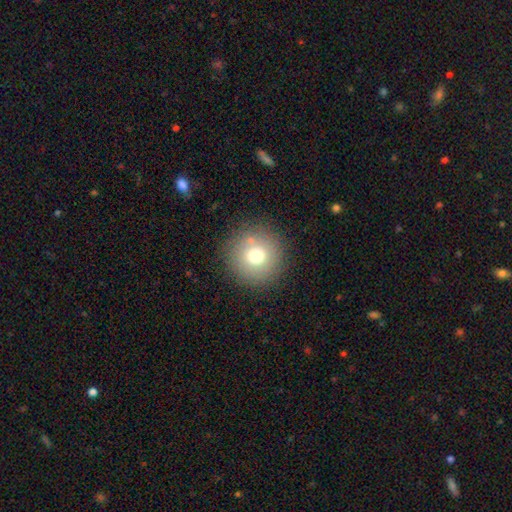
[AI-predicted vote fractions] This is likely a smooth galaxy (73%). How rounded: clearly round (95%). Merging: clearly none (85%).